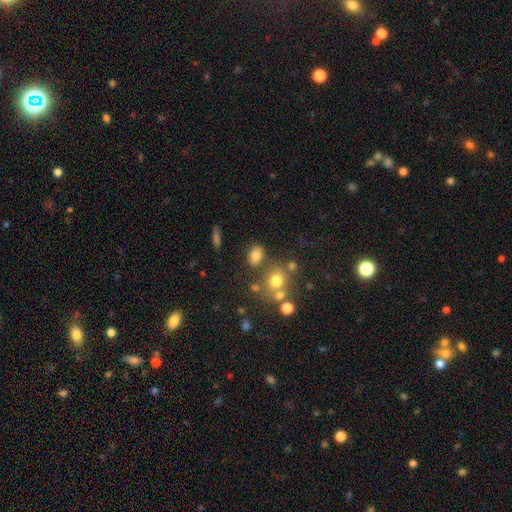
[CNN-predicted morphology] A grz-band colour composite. It shows a smooth galaxy with no disk features (75%) that is in between round and cigar-shaped (71%). Merging: none (69%).